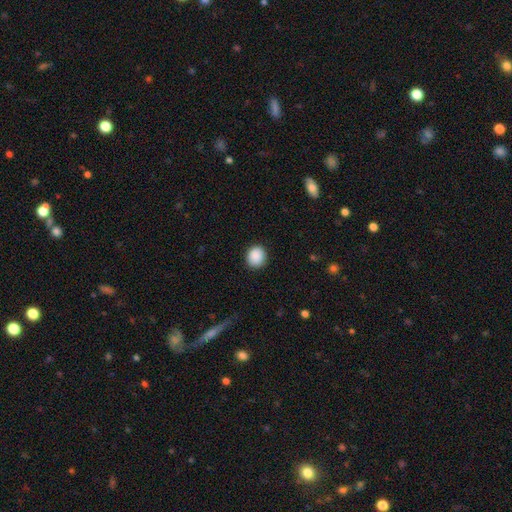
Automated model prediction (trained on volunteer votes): Morphology: type=smooth (89%); roundness=round (76%); merging=none (89%).